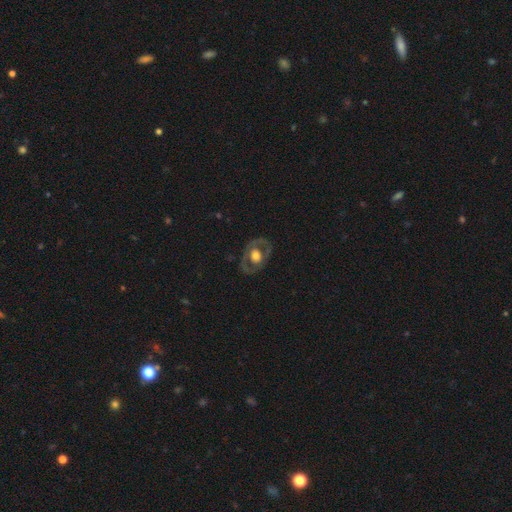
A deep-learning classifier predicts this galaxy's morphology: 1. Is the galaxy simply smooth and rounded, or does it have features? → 63% featured or disk, 31% smooth, 6% star or artifact.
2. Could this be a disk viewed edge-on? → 93% no, 7% yes.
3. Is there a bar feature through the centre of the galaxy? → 80% no, 15% weak, 5% strong.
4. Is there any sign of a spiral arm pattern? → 74% no, 26% yes.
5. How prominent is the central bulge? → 46% moderate, 44% large, 5% small, 3% dominant, 2% none.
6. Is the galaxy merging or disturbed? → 75% none, 15% minor disturbance, 8% major disturbance, 1% merger.